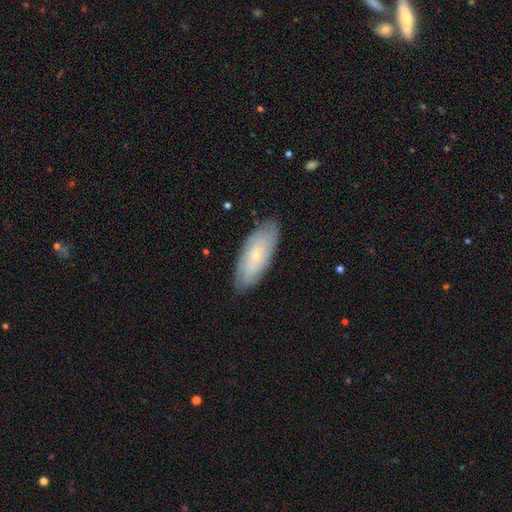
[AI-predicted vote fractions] A smooth galaxy with no disk features (48%).

Vote fractions:
- Smooth or featured? smooth: 48% / featured or disk: 45% / star or artifact: 7%
- Merging? none: 84% / minor disturbance: 13% / major disturbance: 2% / merger: 1%